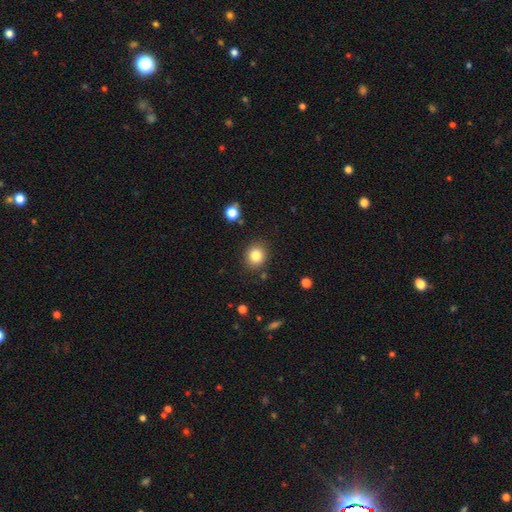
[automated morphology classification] A smooth galaxy with no disk features (83%) that is round (78%). Merging: none (87%).